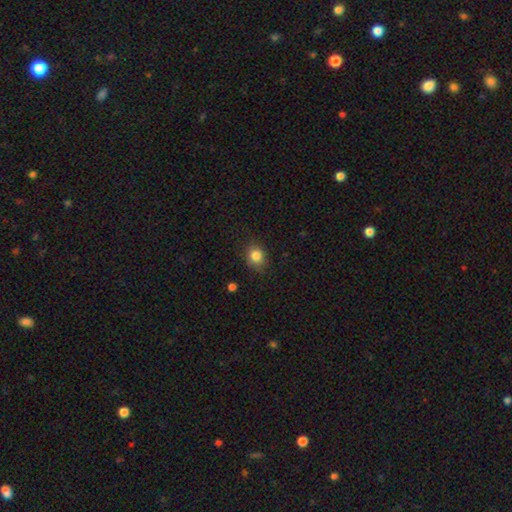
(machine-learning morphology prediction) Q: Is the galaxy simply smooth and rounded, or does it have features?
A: smooth — 83%.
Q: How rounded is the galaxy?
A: round — 67%.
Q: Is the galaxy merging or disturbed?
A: none — 77%.